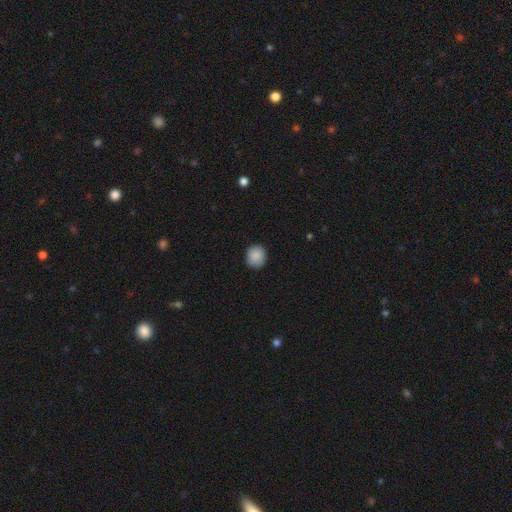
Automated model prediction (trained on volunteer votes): Morphology: type=smooth (89%); roundness=round (80%); merging=none (86%).